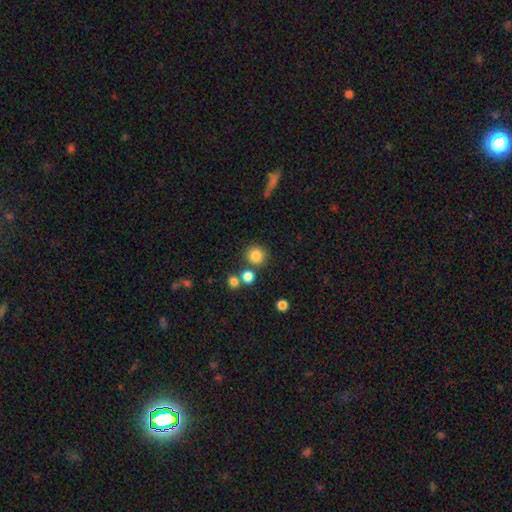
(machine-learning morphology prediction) Q: Smooth or featured?
A: smooth (82%); runner-up: star or artifact (12%)
Q: How rounded?
A: round (92%); runner-up: in between (7%)
Q: Merging?
A: none (79%); runner-up: merger (10%)